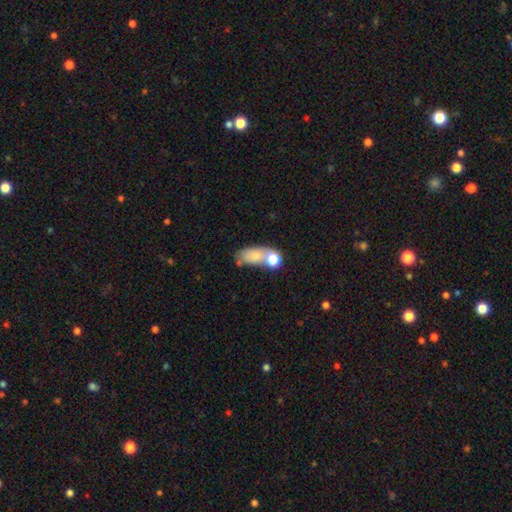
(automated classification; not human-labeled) Q: Smooth or featured?
A: smooth (70%); runner-up: featured or disk (19%)
Q: How rounded?
A: in between (77%); runner-up: round (16%)
Q: Merging?
A: merger (38%); runner-up: none (37%)